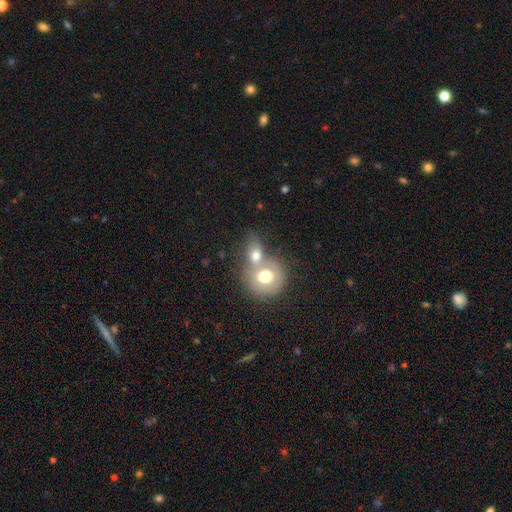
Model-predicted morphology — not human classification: Smooth or featured: smooth — 68% (featured or disk — 24%)
How rounded: round — 64% (in between — 34%)
Merging: merger — 64% (none — 24%)